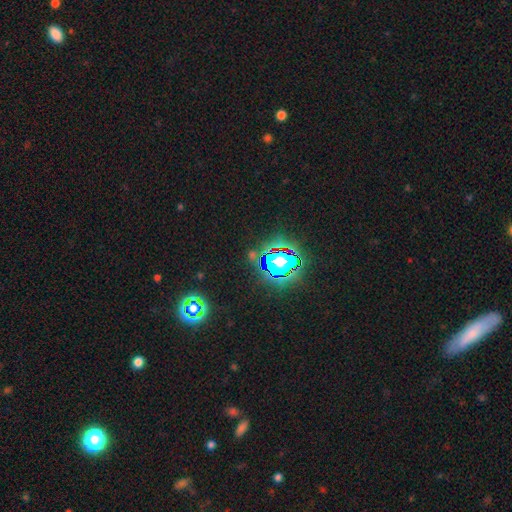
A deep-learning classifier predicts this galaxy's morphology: The model was most divided on "smooth or featured": star or artifact: 73%, smooth: 17%, featured or disk: 10%.